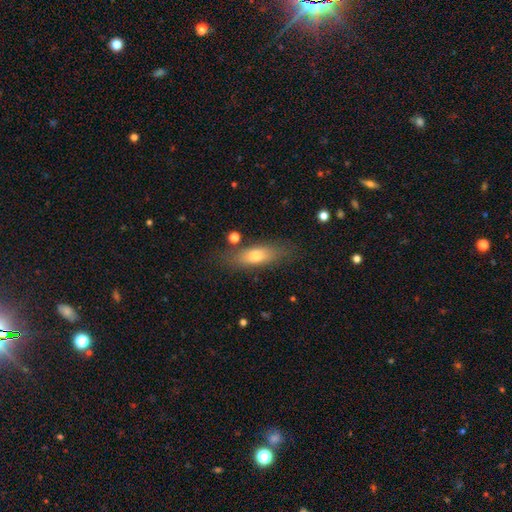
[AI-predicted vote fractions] Morphology: type=smooth (67%); roundness=in between (55%); merging=none (75%).